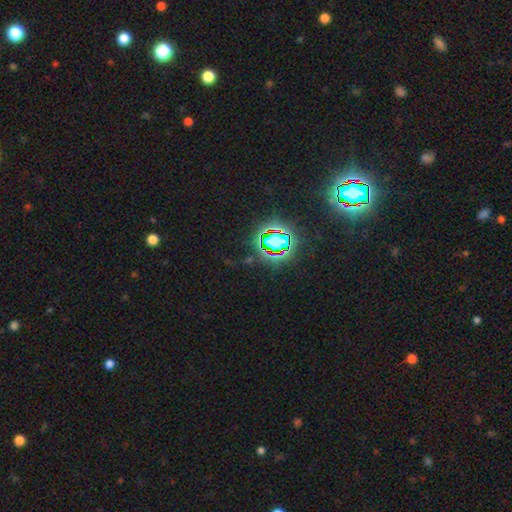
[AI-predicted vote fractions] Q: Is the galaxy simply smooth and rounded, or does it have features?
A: star or artifact — 81%.